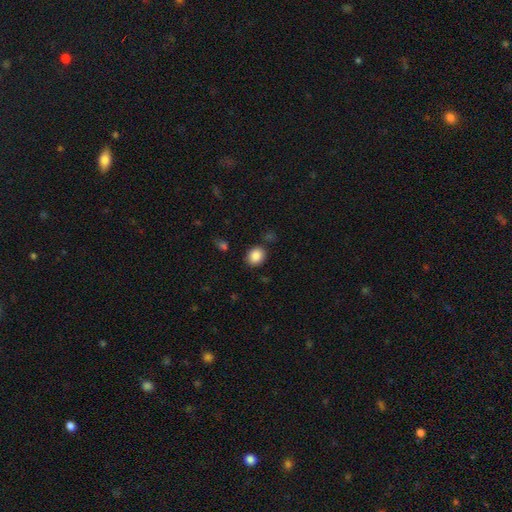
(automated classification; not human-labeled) smooth 87%, star or artifact 9%, featured or disk 4%. Down the decision tree: how rounded — round (62%); merging — none (85%).